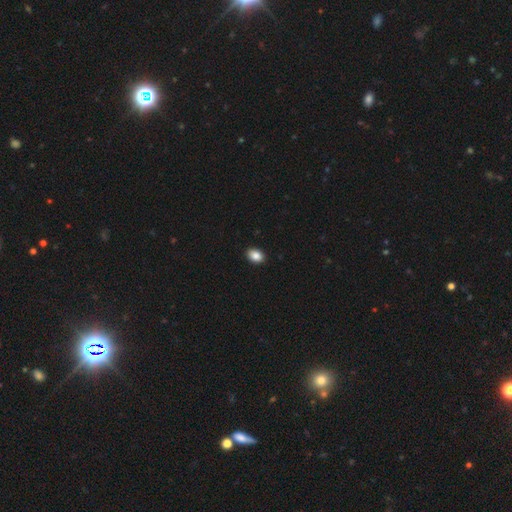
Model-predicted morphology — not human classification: The model was most divided on "how rounded": in between: 81%, round: 18%, cigar-shaped: 1%. More confident: merging — none (91%); smooth or featured — smooth (87%).